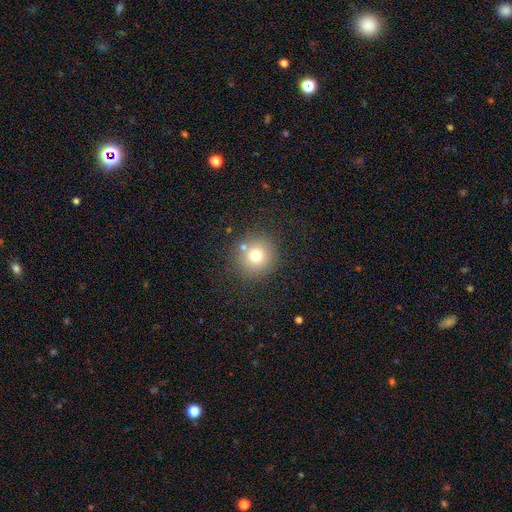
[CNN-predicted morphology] Smooth or featured? smooth (73%)
How rounded? round (93%)
Merging? none (80%)